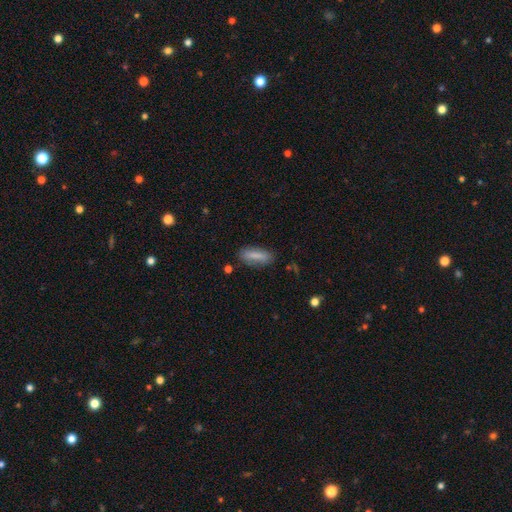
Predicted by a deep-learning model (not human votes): This is clearly a smooth galaxy (80%). How rounded: possibly in between (52%). Merging: likely none (77%).